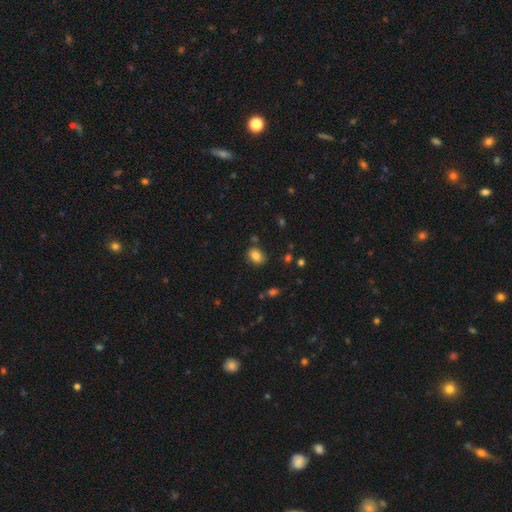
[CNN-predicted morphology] This appears to be a smooth galaxy with no disk features (84%) that is in between round and cigar-shaped (70%). Merging: none (80%).